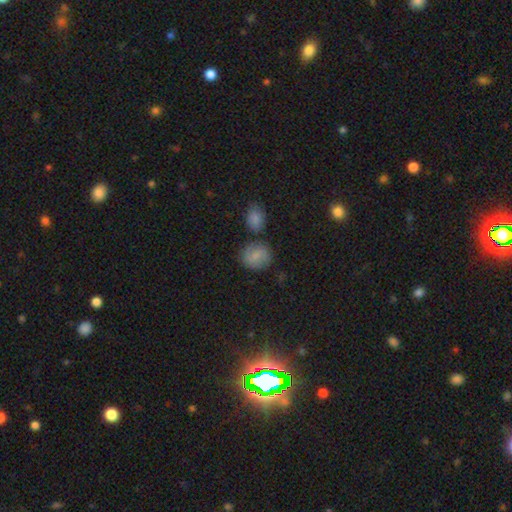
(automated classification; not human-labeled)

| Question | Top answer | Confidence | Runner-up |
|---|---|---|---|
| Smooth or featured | smooth | 79% | featured or disk (13%) |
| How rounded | round | 71% | in between (28%) |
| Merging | none | 70% | minor disturbance (15%) |